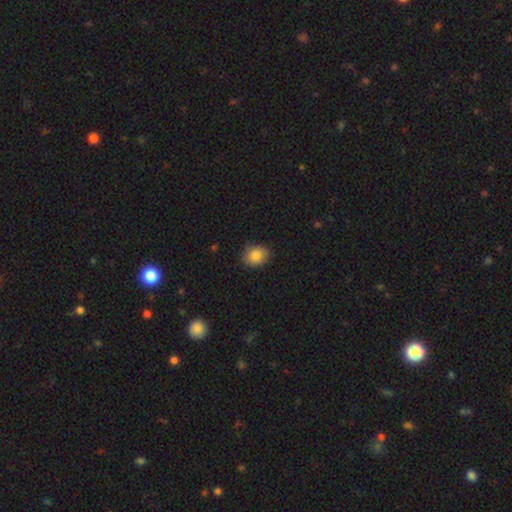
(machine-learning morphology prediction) The model was most divided on "how rounded": round: 56%, in between: 43%, cigar-shaped: 1%. More confident: smooth or featured — smooth (85%); merging — none (83%).